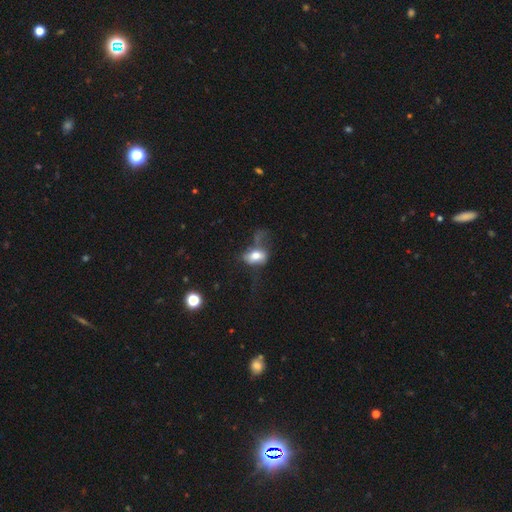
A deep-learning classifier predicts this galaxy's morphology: smooth_or_featured: smooth (p=0.64) [alt: featured or disk p=0.26]
how_rounded: in between (p=0.82) [alt: round p=0.15]
merging: major disturbance (p=0.47) [alt: none p=0.24]